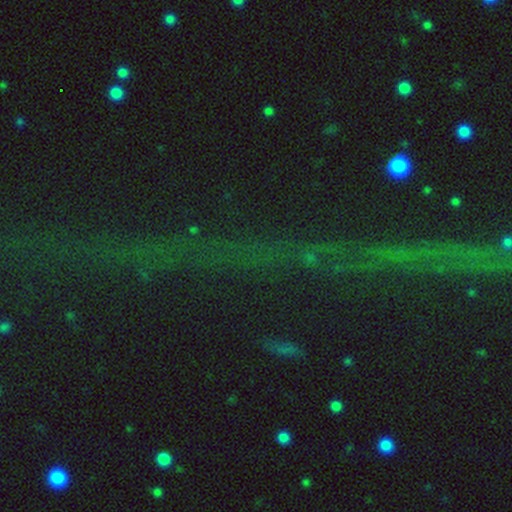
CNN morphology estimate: The model was most divided on "smooth or featured": star or artifact: 66%, featured or disk: 20%, smooth: 15%.